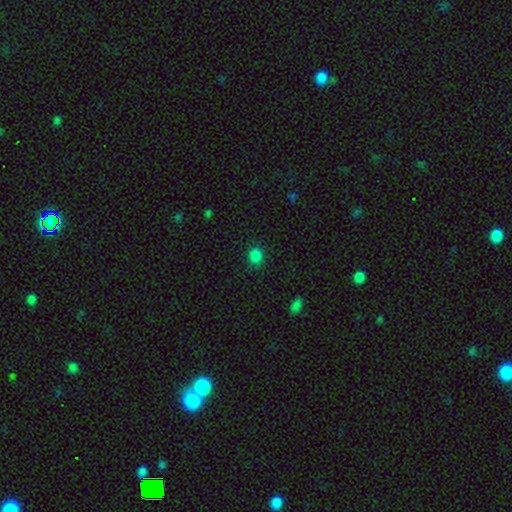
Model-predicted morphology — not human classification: smooth-or-featured: smooth: 84% | star or artifact: 14% | featured or disk: 3%
  how-rounded: round: 63% | in between: 36% | cigar-shaped: 1%
  merging: none: 86% | minor disturbance: 10% | major disturbance: 3% | merger: 1%